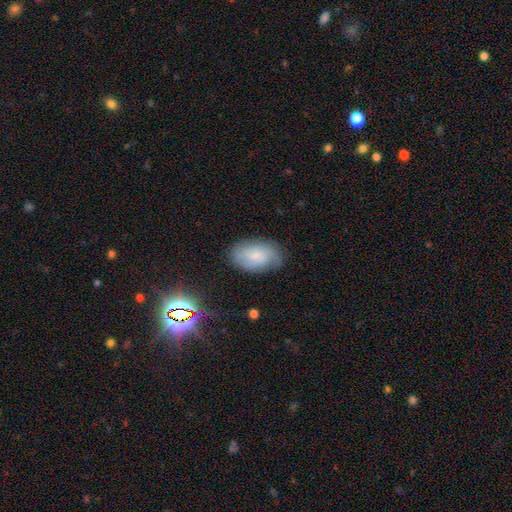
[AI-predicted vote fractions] smooth 53%, featured or disk 37%, star or artifact 10%. Down the decision tree: how rounded — in between (89%); merging — none (71%).